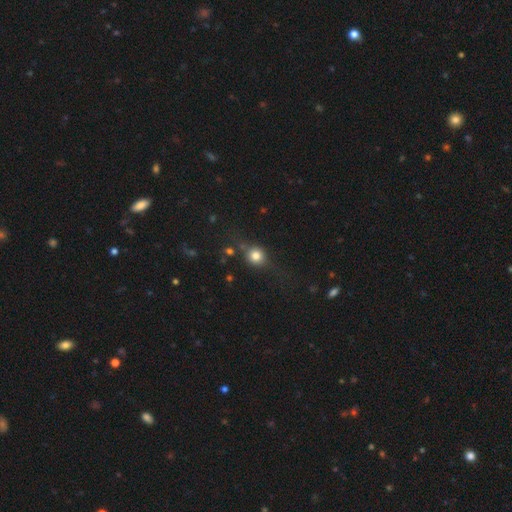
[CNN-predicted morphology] A smooth galaxy with no disk features (70%) that is round (84%).

Vote fractions:
- Smooth or featured? smooth: 70% / featured or disk: 17% / star or artifact: 13%
- How rounded? round: 84% / in between: 14% / cigar-shaped: 2%
- Merging? none: 66% / minor disturbance: 19% / major disturbance: 10% / merger: 5%